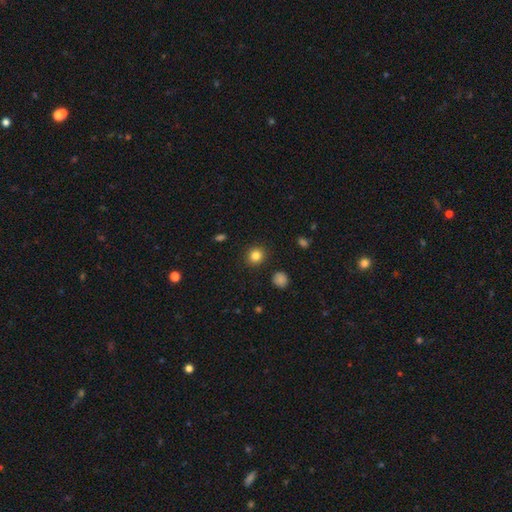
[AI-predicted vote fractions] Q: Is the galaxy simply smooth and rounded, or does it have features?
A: smooth — 83%.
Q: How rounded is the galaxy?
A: round — 89%.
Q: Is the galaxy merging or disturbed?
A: none — 91%.